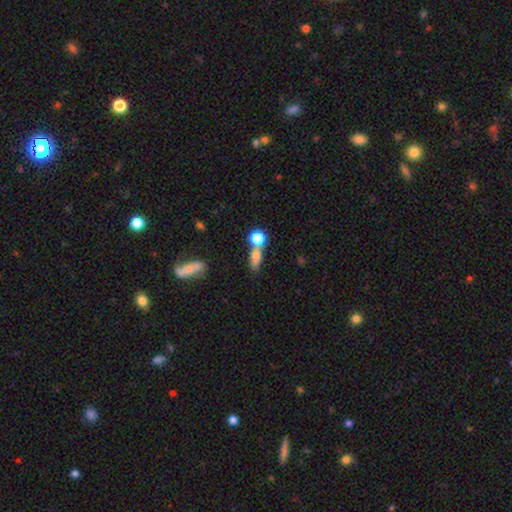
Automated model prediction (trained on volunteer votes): This is likely a smooth galaxy (71%). How rounded: marginally in between (45%). Merging: possibly none (45%).